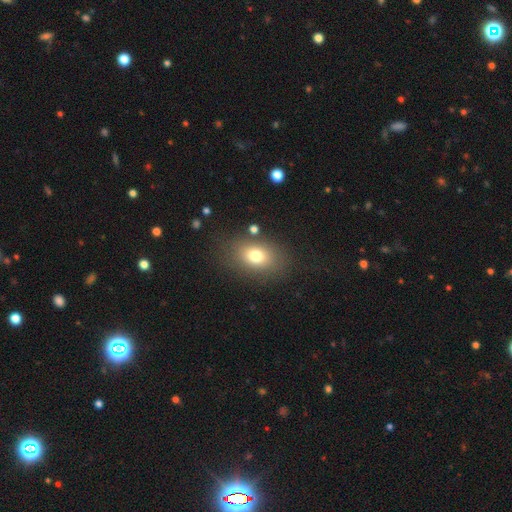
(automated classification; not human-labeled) A smooth galaxy with no disk features (76%) that is in between round and cigar-shaped (76%).

Vote fractions:
- Smooth or featured? smooth: 76% / featured or disk: 12% / star or artifact: 12%
- How rounded? in between: 76% / round: 23% / cigar-shaped: 1%
- Merging? none: 79% / minor disturbance: 12% / major disturbance: 5% / merger: 3%